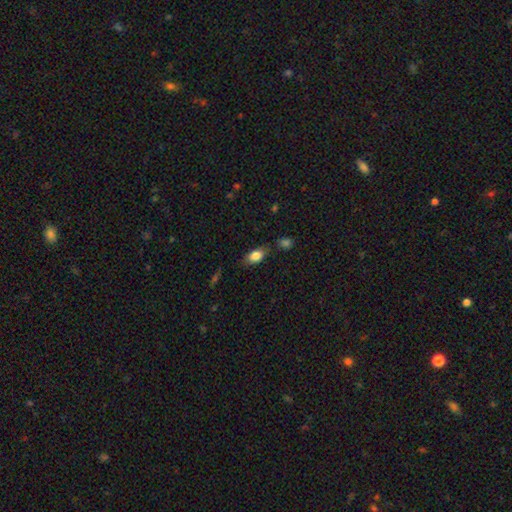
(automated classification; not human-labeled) Overall: smooth (82%). How rounded: in between (85%). Merging: none (72%).